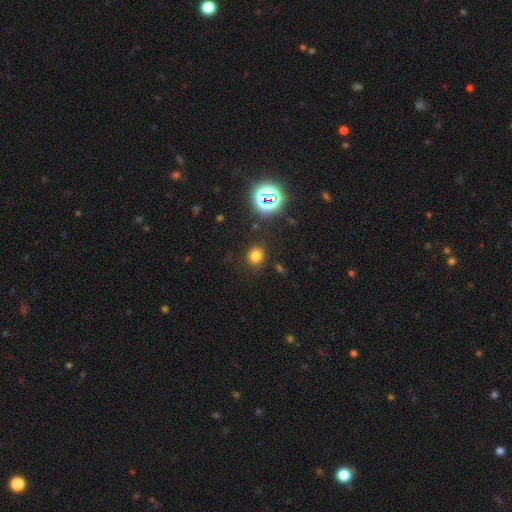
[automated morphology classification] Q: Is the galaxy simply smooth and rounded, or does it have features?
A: smooth — 73%.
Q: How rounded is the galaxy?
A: round — 82%.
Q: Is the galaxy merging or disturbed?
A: none — 87%.